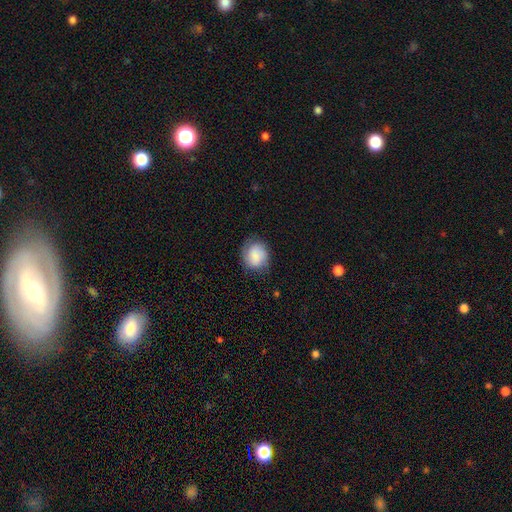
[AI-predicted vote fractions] Smooth or featured?
  - smooth: 76% *
  - featured or disk: 16%
  - star or artifact: 8%
How rounded?
  - round: 70% *
  - in between: 29%
  - cigar-shaped: 1%
Merging?
  - none: 76% *
  - minor disturbance: 18%
  - major disturbance: 5%
  - merger: 1%